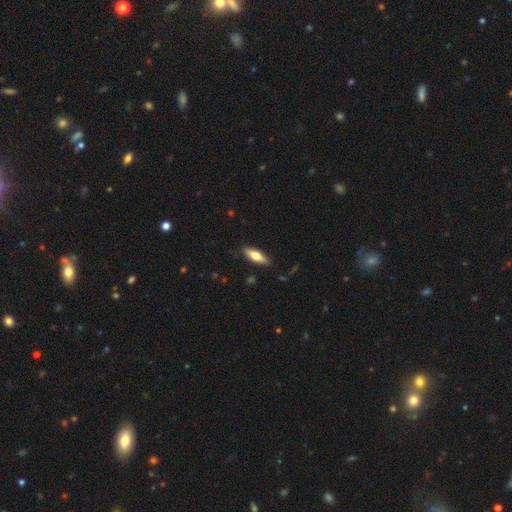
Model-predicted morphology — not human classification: smooth_or_featured: smooth (p=0.58) [alt: featured or disk p=0.37]
how_rounded: in between (p=0.51) [alt: cigar-shaped p=0.46]
merging: none (p=0.86) [alt: minor disturbance p=0.10]